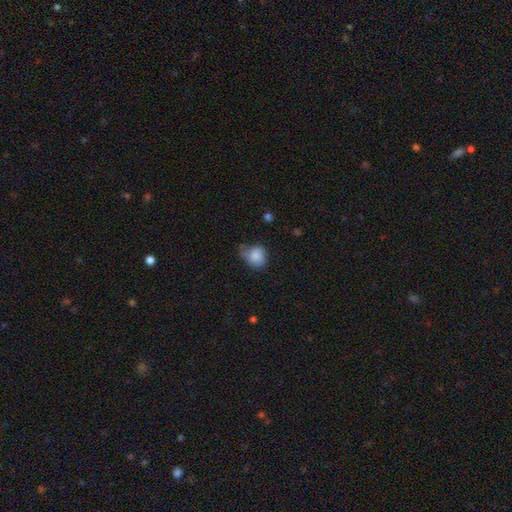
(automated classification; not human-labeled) Smooth or featured? smooth (86%)
How rounded? round (67%)
Merging? none (52%)